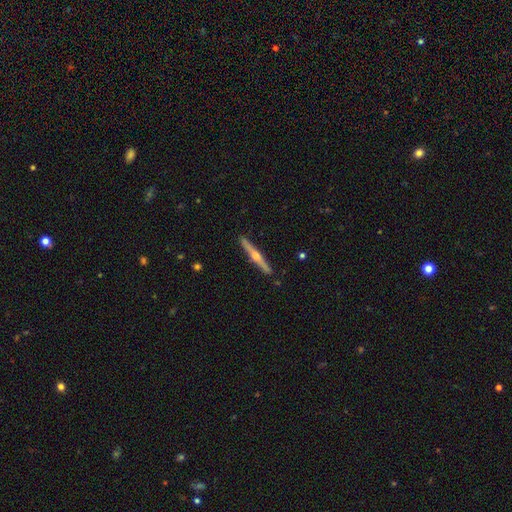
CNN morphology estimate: A featured or disk galaxy (76%) viewed edge-on (98%) with a rounded central bulge (92%).

Vote fractions:
- Smooth or featured? featured or disk: 76% / smooth: 19% / star or artifact: 5%
- Edge-on disk? yes: 98% / no: 2%
- Edge-on bulge? rounded: 92% / none: 4% / boxy: 4%
- Merging? none: 91% / minor disturbance: 6% / major disturbance: 1% / merger: 1%